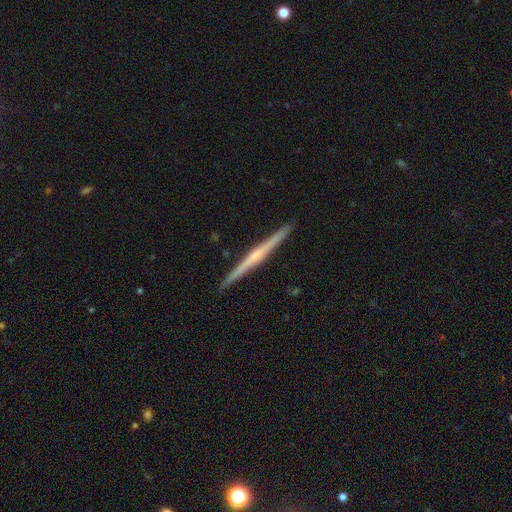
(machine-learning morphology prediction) This appears to be a featured or disk galaxy (76%) viewed edge-on (99%) with a rounded central bulge (56%). Merging: none (93%).